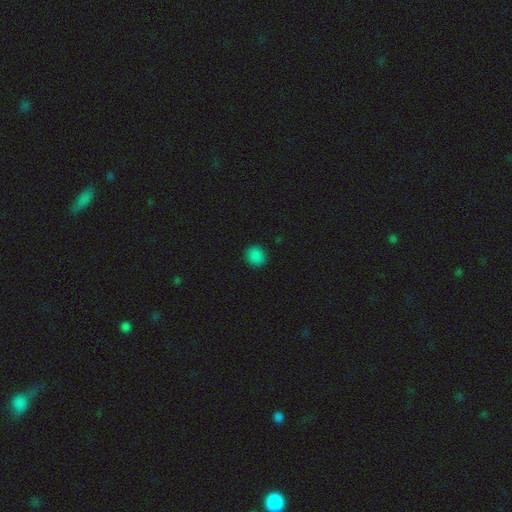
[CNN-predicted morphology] Smooth or featured? smooth (85%)
How rounded? round (86%)
Merging? none (91%)